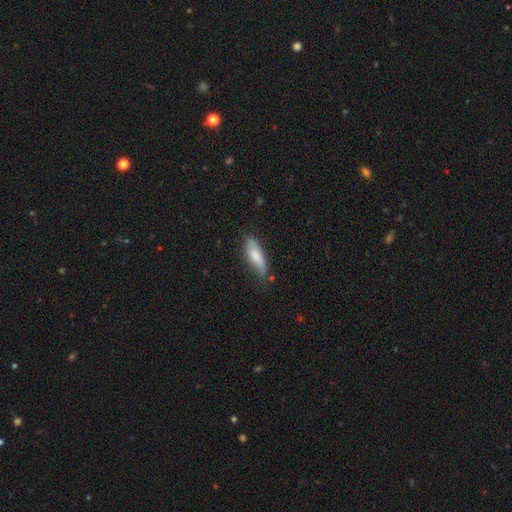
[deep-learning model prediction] Morphology: type=smooth (77%); roundness=in between (54%); merging=none (65%).